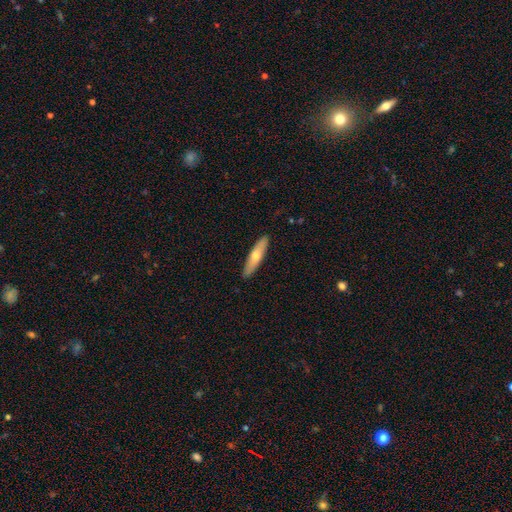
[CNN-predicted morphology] This is possibly a smooth galaxy (57%). How rounded: likely cigar-shaped (80%). Merging: clearly none (90%).